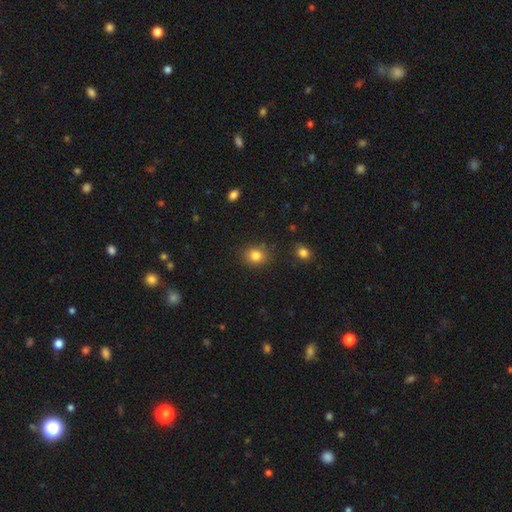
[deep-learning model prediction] The model was most divided on "how rounded": round: 70%, in between: 29%, cigar-shaped: 1%. More confident: merging — none (84%); smooth or featured — smooth (82%).